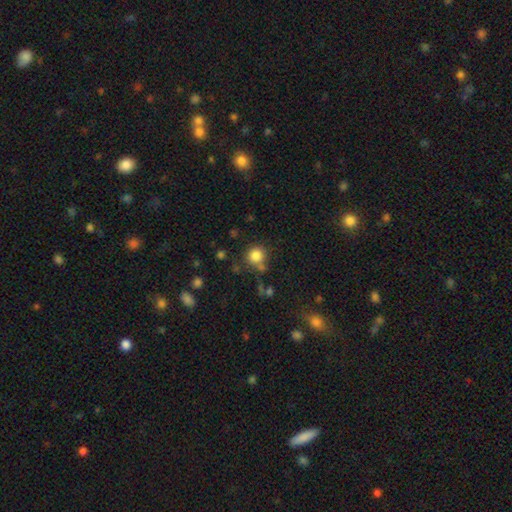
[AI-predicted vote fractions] A smooth galaxy with no disk features (83%) that is round (91%).

Vote fractions:
- Smooth or featured? smooth: 83% / star or artifact: 12% / featured or disk: 6%
- How rounded? round: 91% / in between: 8% / cigar-shaped: 1%
- Merging? none: 73% / minor disturbance: 12% / merger: 10% / major disturbance: 5%